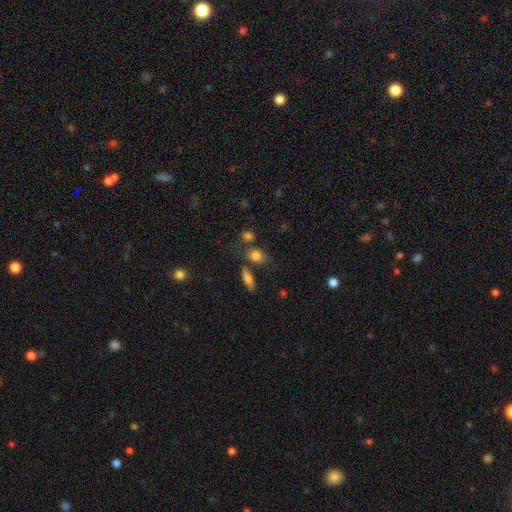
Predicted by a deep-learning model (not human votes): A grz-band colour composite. It shows a smooth galaxy with no disk features (81%) that is in between round and cigar-shaped (54%). Merging: none (61%).